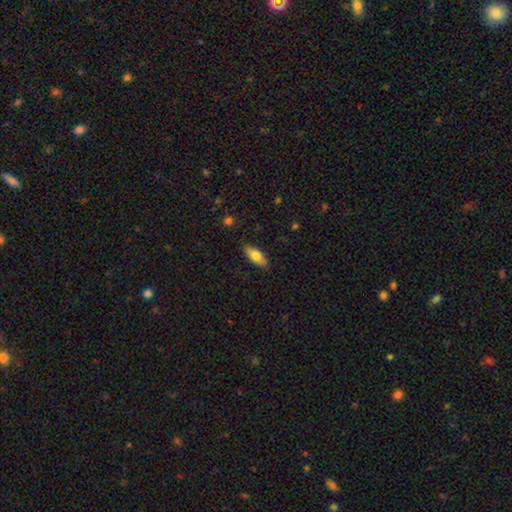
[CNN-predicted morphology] Smooth or featured? smooth (75%)
How rounded? in between (81%)
Merging? none (86%)